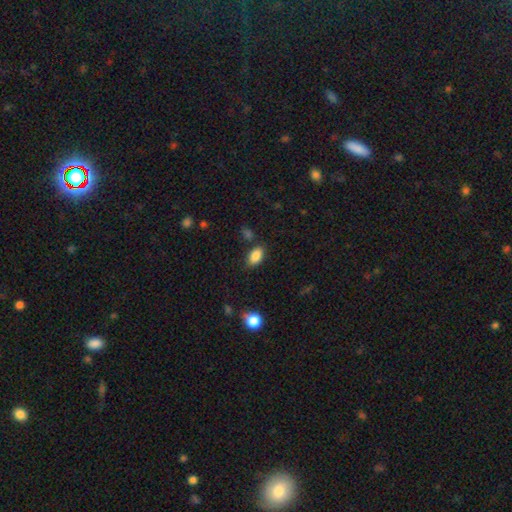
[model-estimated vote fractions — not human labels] A smooth galaxy with no disk features (87%) that is in between round and cigar-shaped (91%).

Vote fractions:
- Smooth or featured? smooth: 87% / star or artifact: 8% / featured or disk: 4%
- How rounded? in between: 91% / round: 6% / cigar-shaped: 3%
- Merging? none: 80% / minor disturbance: 13% / merger: 4% / major disturbance: 3%